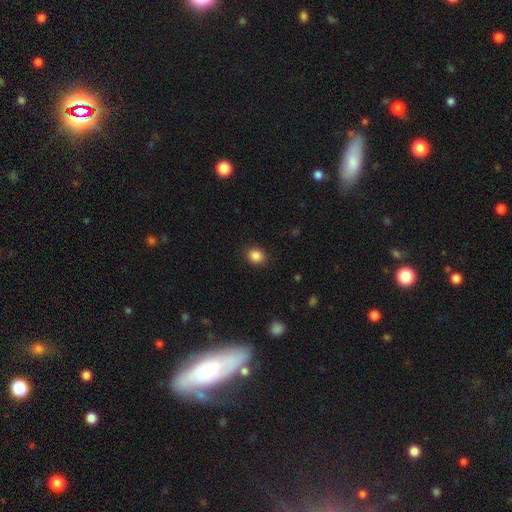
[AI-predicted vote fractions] The model was most divided on "how rounded": round: 65%, in between: 34%, cigar-shaped: 1%. More confident: merging — none (90%); smooth or featured — smooth (87%).